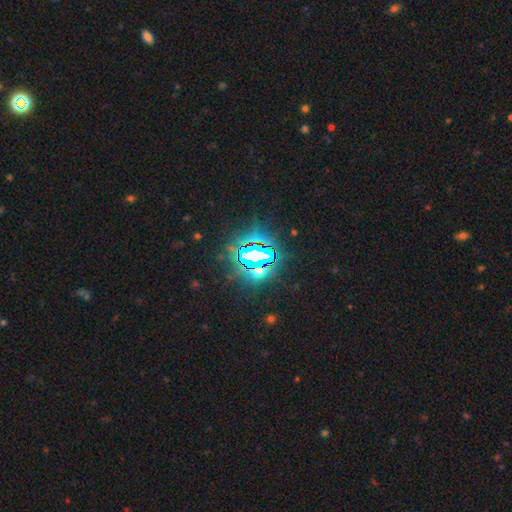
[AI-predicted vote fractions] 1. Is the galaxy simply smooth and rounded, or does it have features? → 80% star or artifact, 11% smooth, 9% featured or disk.